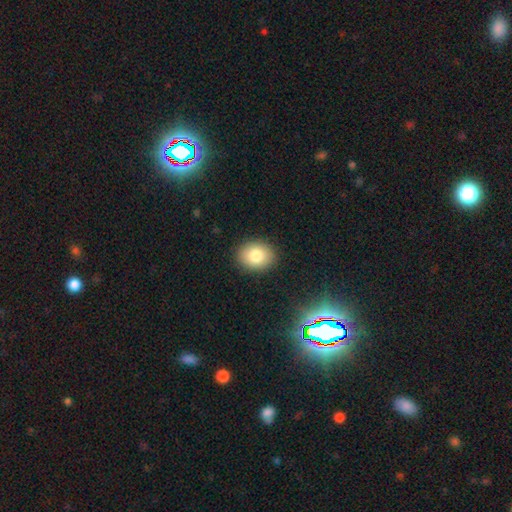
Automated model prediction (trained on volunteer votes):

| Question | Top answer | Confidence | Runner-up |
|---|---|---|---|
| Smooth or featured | smooth | 81% | featured or disk (9%) |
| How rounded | in between | 55% | round (44%) |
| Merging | none | 89% | minor disturbance (8%) |